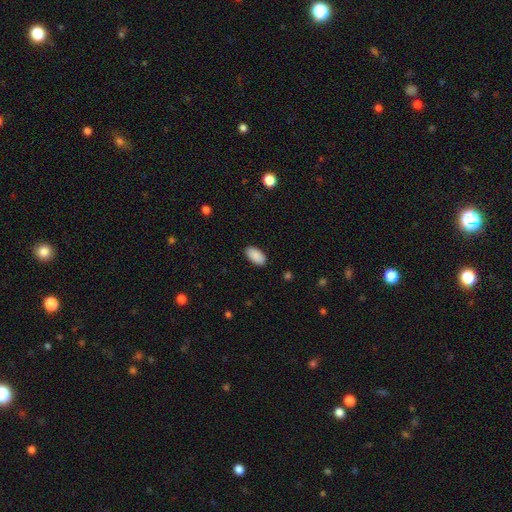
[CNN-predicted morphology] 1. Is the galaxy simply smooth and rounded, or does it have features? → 91% smooth, 7% star or artifact, 3% featured or disk.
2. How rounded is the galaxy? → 95% in between, 3% cigar-shaped, 2% round.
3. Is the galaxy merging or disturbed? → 89% none, 8% minor disturbance, 2% major disturbance, 1% merger.